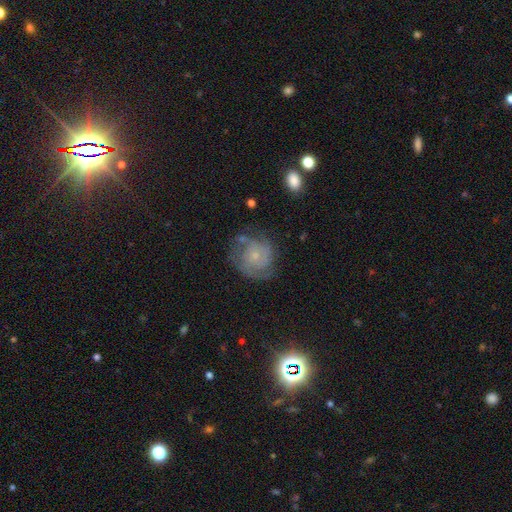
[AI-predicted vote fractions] This is likely a featured or disk galaxy (68%). It is clearly not viewed edge-on (98%). Bar: clearly no (80%). Spiral arm pattern: clearly yes (87%). Spiral arm count: marginally 2 (36%). Spiral winding: possibly tight (56%). Central bulge: likely small (73%). Merging: likely none (61%).